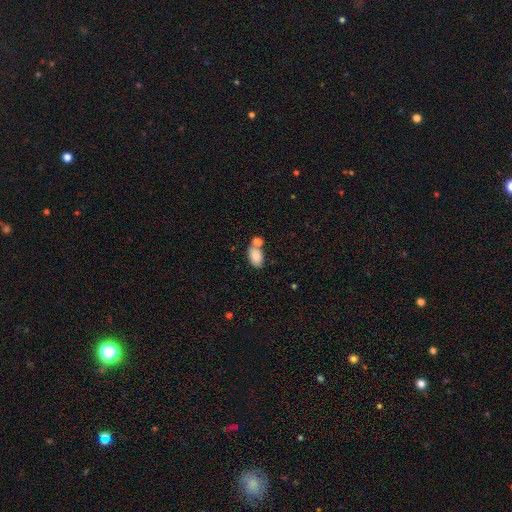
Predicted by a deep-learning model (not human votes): Smooth or featured? smooth (85%)
How rounded? in between (92%)
Merging? none (49%)